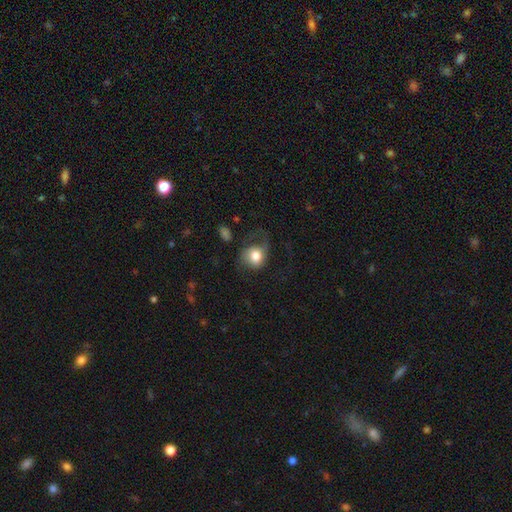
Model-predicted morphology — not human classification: smooth_or_featured: smooth (p=0.74) [alt: featured or disk p=0.18]
how_rounded: round (p=0.68) [alt: in between p=0.31]
merging: major disturbance (p=0.38) [alt: none p=0.35]